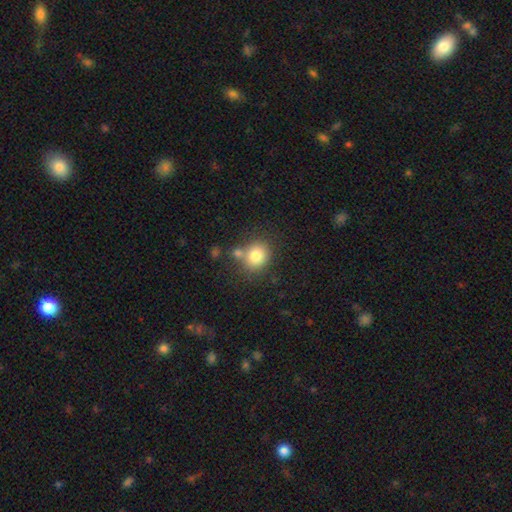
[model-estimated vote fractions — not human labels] Q: Smooth or featured?
A: smooth (81%); runner-up: star or artifact (10%)
Q: How rounded?
A: round (74%); runner-up: in between (25%)
Q: Merging?
A: none (64%); runner-up: merger (19%)